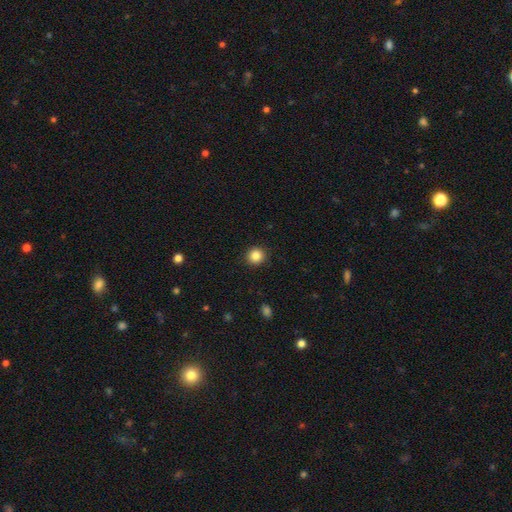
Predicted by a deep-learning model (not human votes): smooth_or_featured: smooth (p=0.86) [alt: star or artifact p=0.10]
how_rounded: round (p=0.93) [alt: in between p=0.06]
merging: none (p=0.92) [alt: minor disturbance p=0.06]